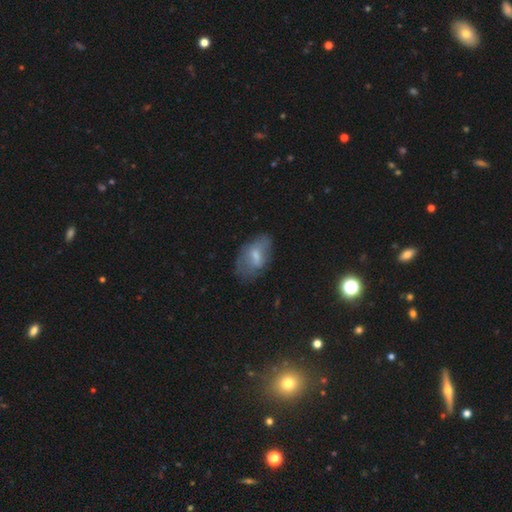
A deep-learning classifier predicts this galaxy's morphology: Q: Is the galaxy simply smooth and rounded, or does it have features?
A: smooth — 56%.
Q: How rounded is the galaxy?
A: in between — 89%.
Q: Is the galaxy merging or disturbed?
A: none — 51%.